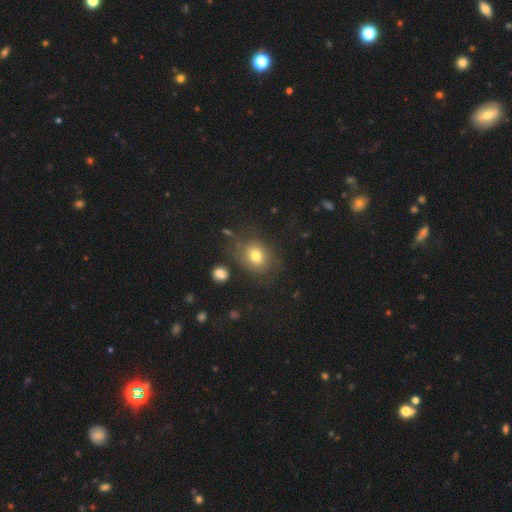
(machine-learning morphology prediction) smooth-or-featured: smooth: 75% | featured or disk: 13% | star or artifact: 12%
  how-rounded: round: 56% | in between: 43% | cigar-shaped: 1%
  merging: none: 72% | minor disturbance: 16% | major disturbance: 8% | merger: 4%